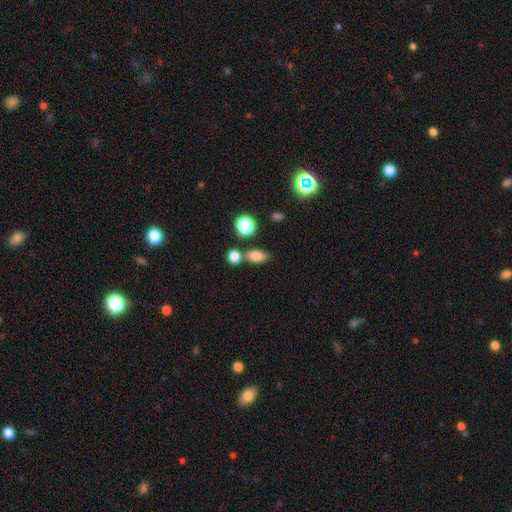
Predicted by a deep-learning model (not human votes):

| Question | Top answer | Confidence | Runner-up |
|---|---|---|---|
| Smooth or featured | smooth | 80% | star or artifact (13%) |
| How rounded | in between | 80% | round (17%) |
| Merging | none | 64% | merger (19%) |